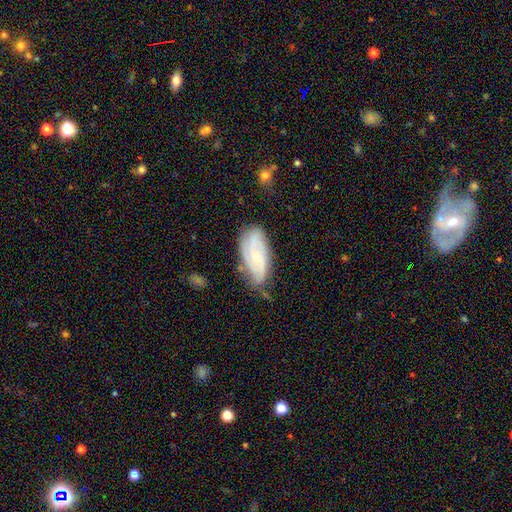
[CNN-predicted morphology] Smooth or featured? featured or disk (66%)
Edge-on disk? no (95%)
Bar? no (63%)
Spiral arms? yes (93%)
Spiral winding? tight (51%)
Spiral arm count? can't tell (28%)
Bulge size? small (65%)
Merging? none (64%)